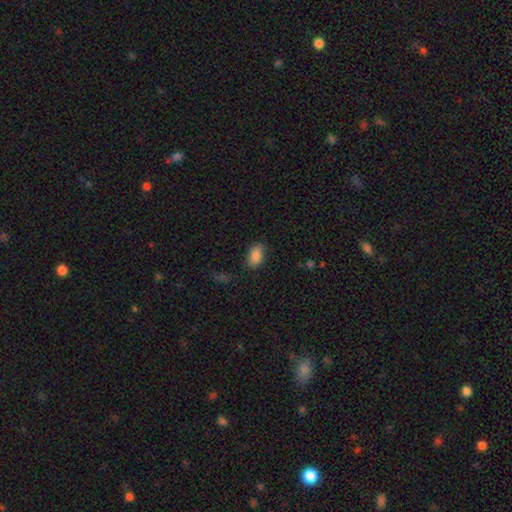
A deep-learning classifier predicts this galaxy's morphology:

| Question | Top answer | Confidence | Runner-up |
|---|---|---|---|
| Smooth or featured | smooth | 86% | star or artifact (8%) |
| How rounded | in between | 91% | round (7%) |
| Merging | none | 81% | minor disturbance (14%) |